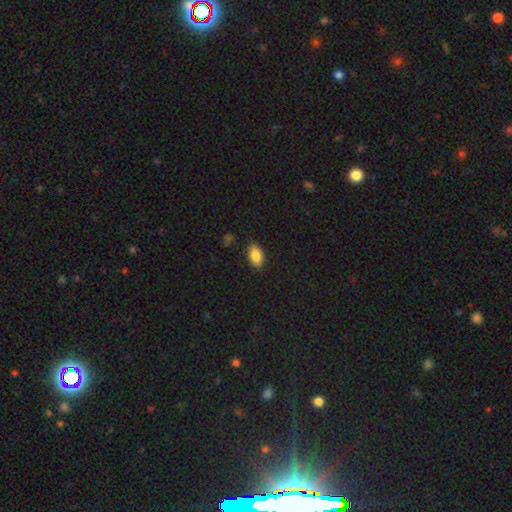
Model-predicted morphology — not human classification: Smooth or featured? Predicted: smooth (p=0.85). How rounded? Predicted: in between (p=0.92). Merging? Predicted: none (p=0.86).